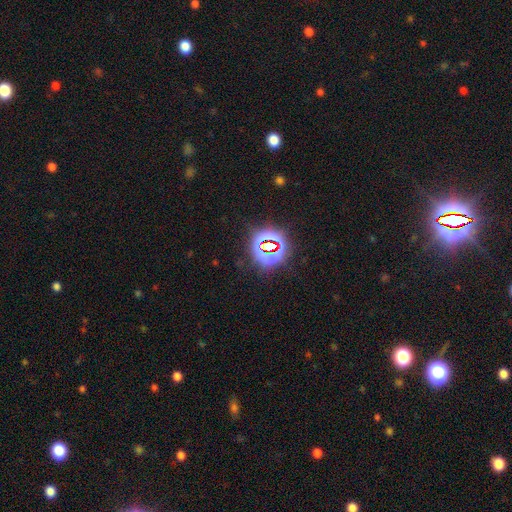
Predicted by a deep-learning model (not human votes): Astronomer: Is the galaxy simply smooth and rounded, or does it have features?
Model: star or artifact — 80%.